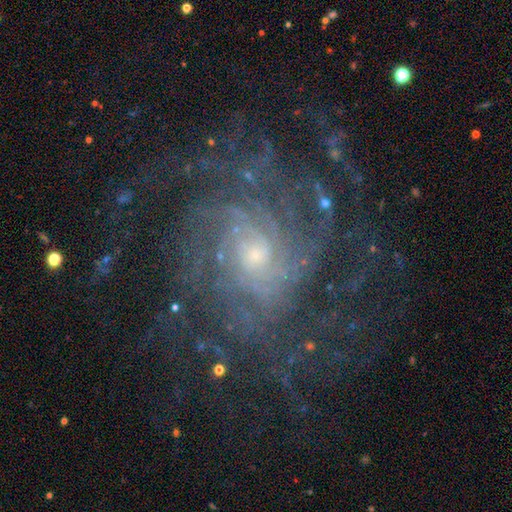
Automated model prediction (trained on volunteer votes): The model was most divided on "spiral arm count": can't tell: 25%, more than 4: 19%, 4: 17%, 3: 14%, 2: 14%, 1: 11%. More confident: edge-on disk — no (98%); spiral arms — yes (97%); smooth or featured — featured or disk (85%); merging — none (71%); bar — no (69%); bulge size — small (59%); spiral winding — tight (55%).